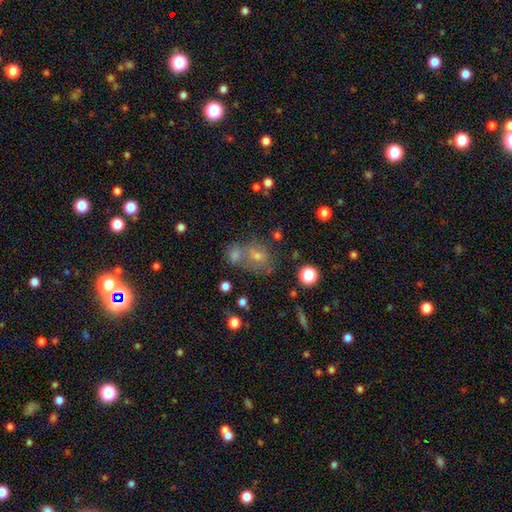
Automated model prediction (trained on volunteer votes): Smooth or featured: smooth — 54% (featured or disk — 24%)
How rounded: round — 49% (tied with in between — 49%)
Merging: none — 44% (merger — 38%)